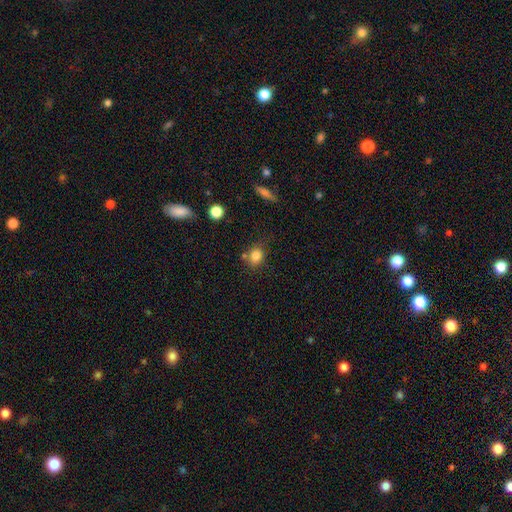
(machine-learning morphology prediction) smooth_or_featured: smooth (p=0.82) [alt: star or artifact p=0.11]
how_rounded: round (p=0.51) [alt: in between p=0.48]
merging: none (p=0.64) [alt: minor disturbance p=0.18]